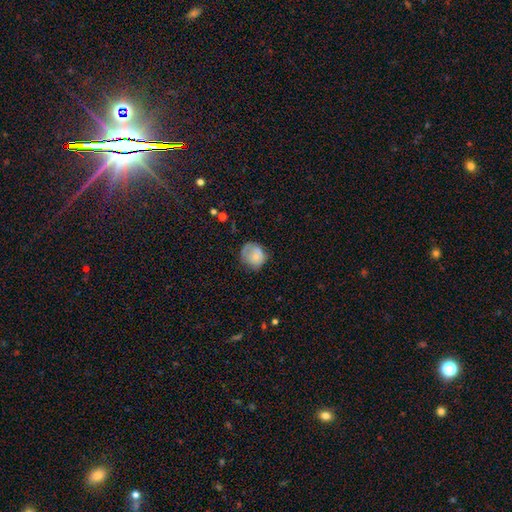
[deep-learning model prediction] The model was most divided on "merging": none: 50%, minor disturbance: 32%, major disturbance: 17%, merger: 2%. More confident: how rounded — round (73%); smooth or featured — smooth (68%).